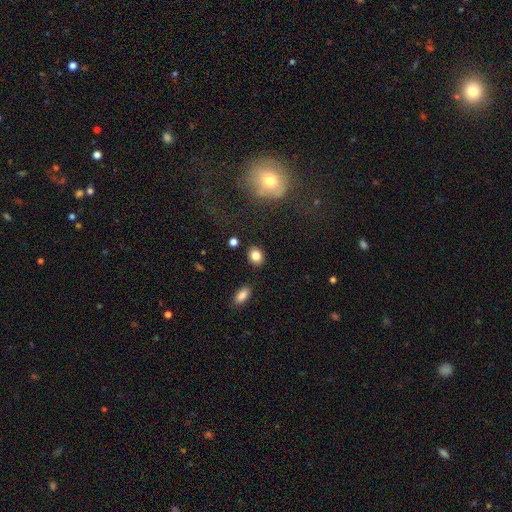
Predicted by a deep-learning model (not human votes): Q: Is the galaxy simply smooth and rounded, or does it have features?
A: smooth — 83%.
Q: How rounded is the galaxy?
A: in between — 51%.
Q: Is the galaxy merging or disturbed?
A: none — 86%.